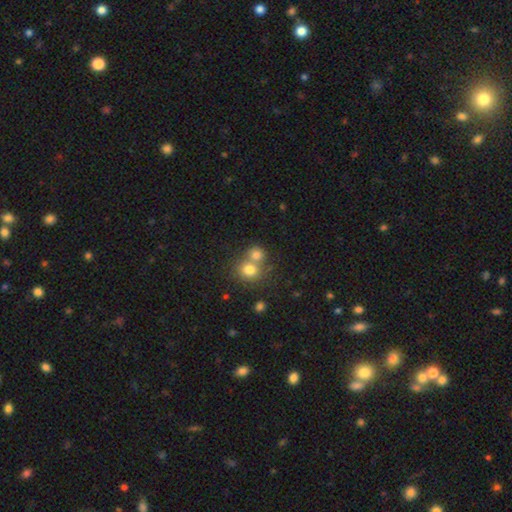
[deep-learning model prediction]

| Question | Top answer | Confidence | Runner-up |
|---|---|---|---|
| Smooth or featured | smooth | 55% | star or artifact (35%) |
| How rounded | round | 84% | in between (14%) |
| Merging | none | 55% | merger (33%) |